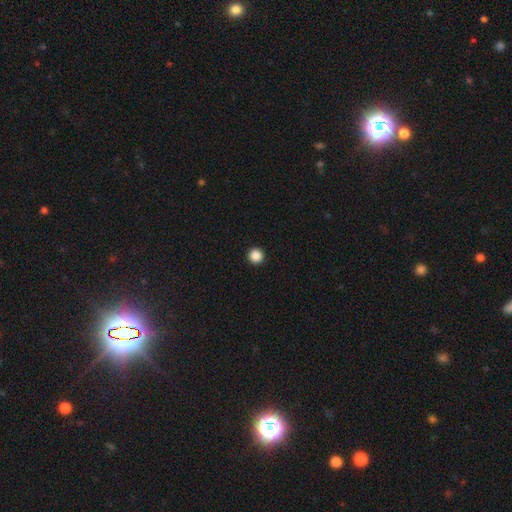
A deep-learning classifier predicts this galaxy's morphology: A smooth galaxy with no disk features (87%) that is round (96%). Merging: none (94%).